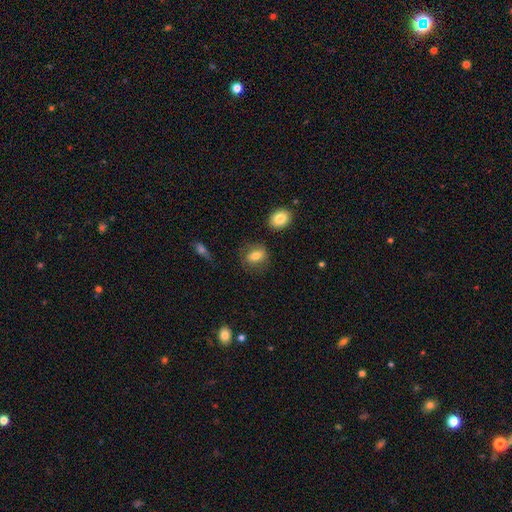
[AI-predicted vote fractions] Q: Smooth or featured?
A: smooth (76%); runner-up: featured or disk (14%)
Q: How rounded?
A: in between (61%); runner-up: round (37%)
Q: Merging?
A: none (73%); runner-up: minor disturbance (17%)